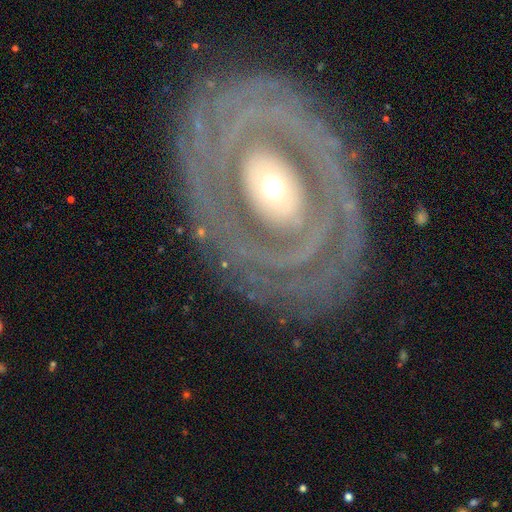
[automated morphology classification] featured or disk 85%, smooth 9%, star or artifact 5%. Down the decision tree: edge-on disk — no (95%); bar — no (72%); spiral arms — yes (82%); spiral arm count — can't tell (30%); spiral winding — tight (80%); bulge size — moderate (59%); merging — none (82%).